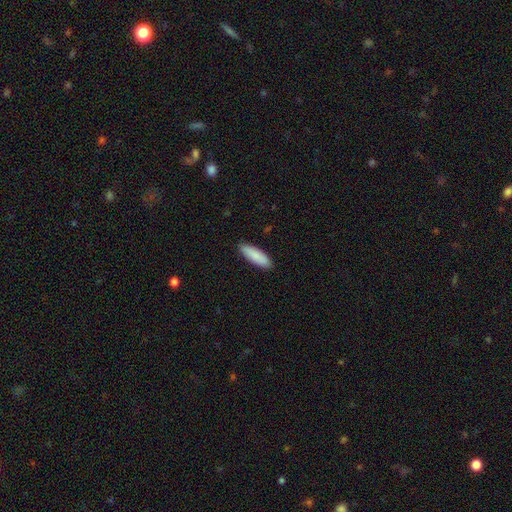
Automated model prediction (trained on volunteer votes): This appears to be a smooth galaxy with no disk features (89%) that is in between round and cigar-shaped (55%). Merging: none (90%).